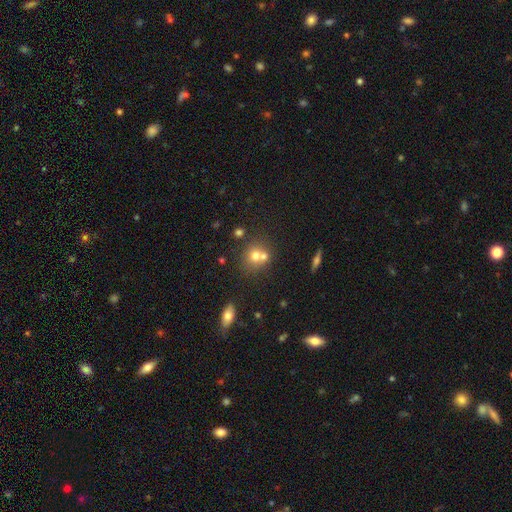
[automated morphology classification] Smooth or featured? smooth (66%)
How rounded? round (80%)
Merging? merger (47%)